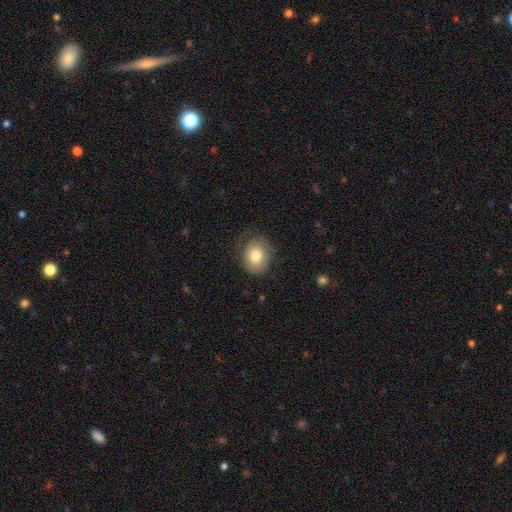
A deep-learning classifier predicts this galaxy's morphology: Smooth or featured? smooth (79%)
How rounded? in between (51%)
Merging? none (69%)